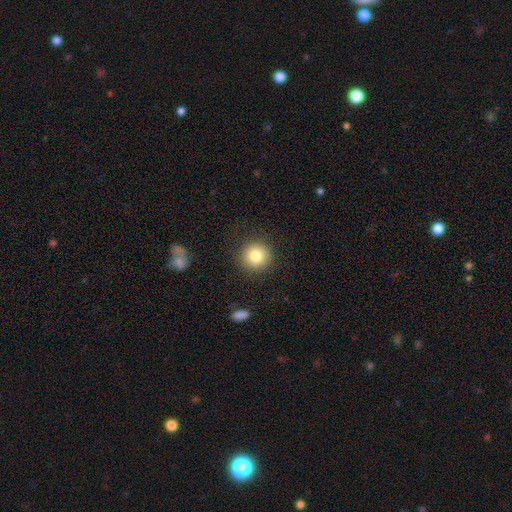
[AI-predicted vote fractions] The model was most divided on "smooth or featured": smooth: 81%, star or artifact: 10%, featured or disk: 9%. More confident: how rounded — round (93%); merging — none (89%).